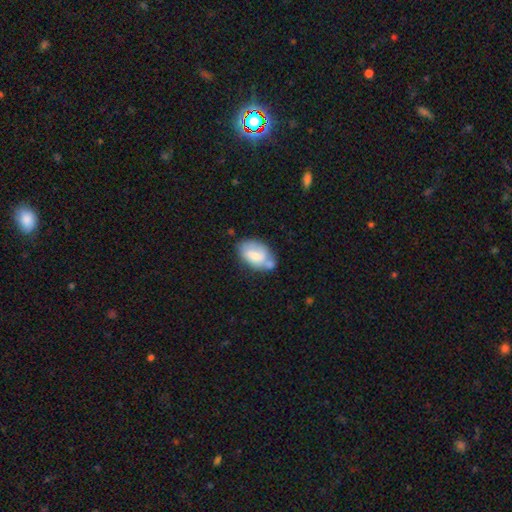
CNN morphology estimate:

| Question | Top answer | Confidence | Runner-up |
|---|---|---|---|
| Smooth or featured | smooth | 63% | featured or disk (31%) |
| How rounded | in between | 90% | round (8%) |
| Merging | none | 40% | minor disturbance (28%) |